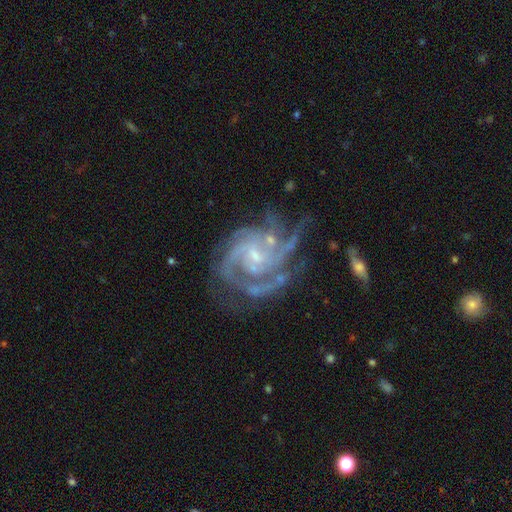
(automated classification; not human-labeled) Smooth or featured? Predicted: featured or disk (p=0.91). Edge-on disk? Predicted: no (p=0.98). Bar? Predicted: weak (p=0.44, tied with no). Spiral arms? Predicted: yes (p=0.97). Spiral winding? Predicted: tight (p=0.54). Spiral arm count? Predicted: 3 (p=0.33). Bulge size? Predicted: small (p=0.65). Merging? Predicted: none (p=0.53).